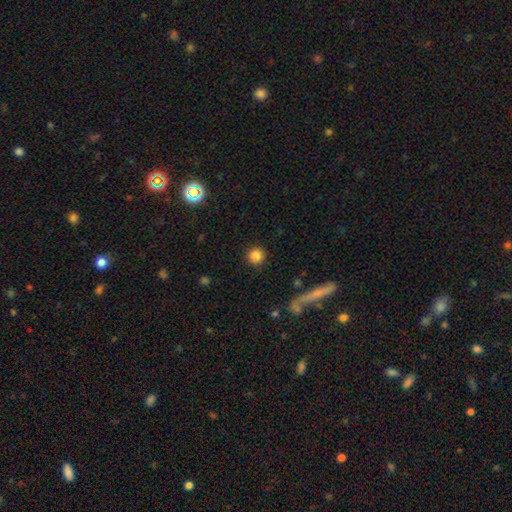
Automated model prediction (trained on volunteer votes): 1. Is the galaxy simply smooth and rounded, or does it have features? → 85% smooth, 10% star or artifact, 5% featured or disk.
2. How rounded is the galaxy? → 94% round, 4% in between, 1% cigar-shaped.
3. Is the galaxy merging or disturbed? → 90% none, 6% minor disturbance, 2% major disturbance, 2% merger.